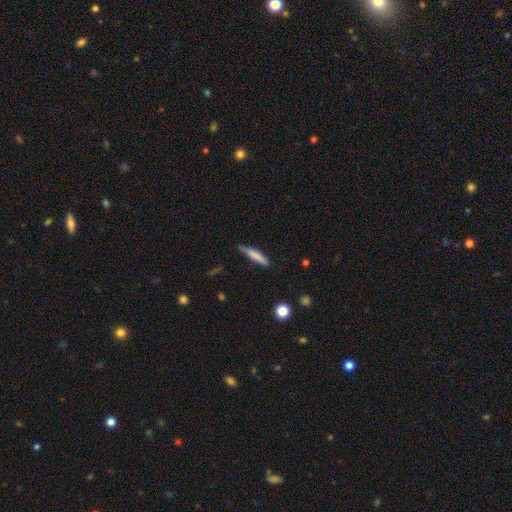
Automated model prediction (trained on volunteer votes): This is likely a smooth galaxy (78%). How rounded: clearly cigar-shaped (86%). Merging: likely none (70%).